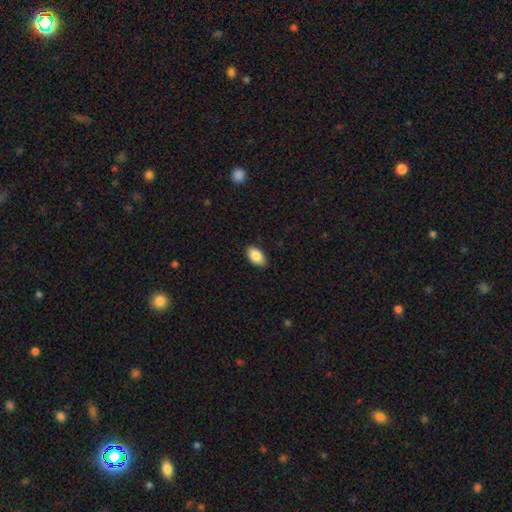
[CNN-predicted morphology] smooth_or_featured: smooth (p=0.86) [alt: star or artifact p=0.07]
how_rounded: in between (p=0.93) [alt: round p=0.06]
merging: none (p=0.87) [alt: minor disturbance p=0.10]